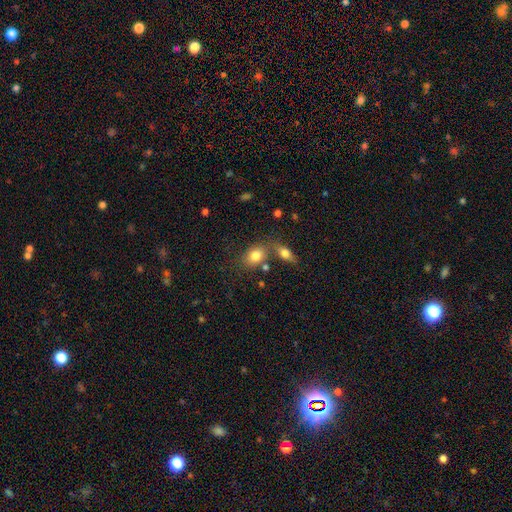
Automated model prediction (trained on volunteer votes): Smooth or featured: smooth — 79% (featured or disk — 11%)
How rounded: in between — 71% (round — 27%)
Merging: none — 55% (merger — 28%)